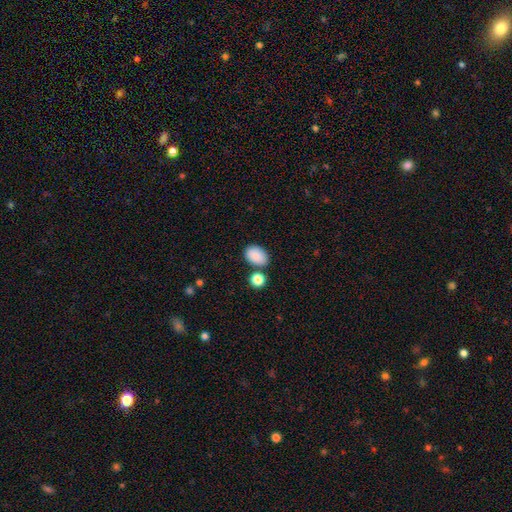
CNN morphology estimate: Smooth or featured?
  - smooth: 87% *
  - star or artifact: 7%
  - featured or disk: 5%
How rounded?
  - in between: 85% *
  - round: 14%
  - cigar-shaped: 1%
Merging?
  - none: 74% *
  - minor disturbance: 13%
  - merger: 10%
  - major disturbance: 3%